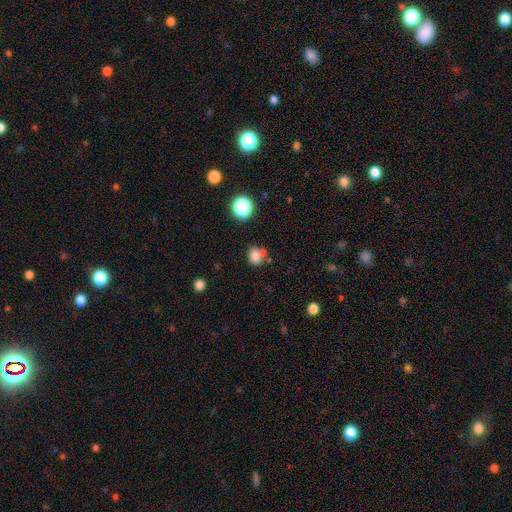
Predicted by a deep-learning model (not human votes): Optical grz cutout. It shows a smooth galaxy with no disk features (78%) that is round (59%). Merging: none (56%).